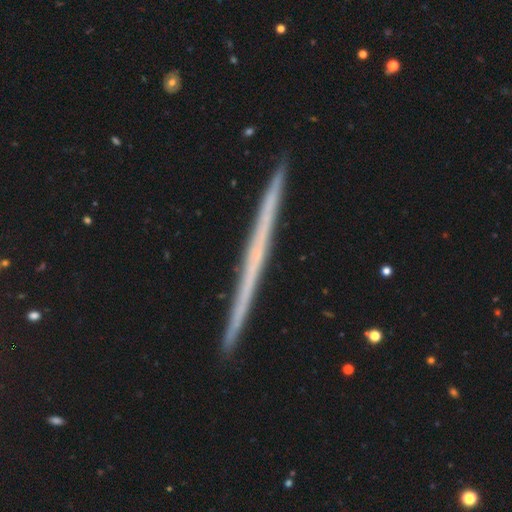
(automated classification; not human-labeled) Smooth or featured? Predicted: featured or disk (p=0.66). Edge-on disk? Predicted: yes (p=0.97). Edge-on bulge? Predicted: none (p=0.91). Merging? Predicted: none (p=0.91).